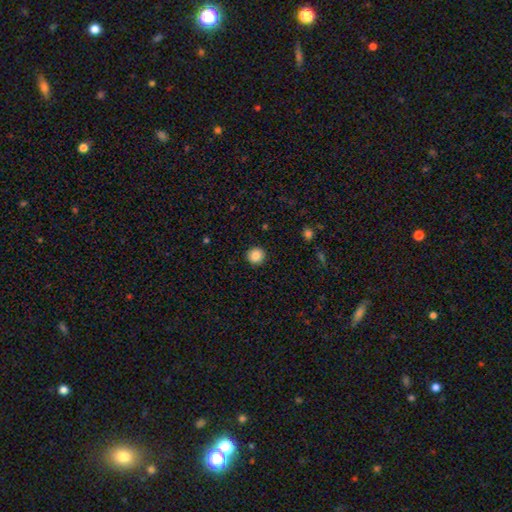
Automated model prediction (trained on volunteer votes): Smooth or featured?
  - smooth: 86% *
  - star or artifact: 9%
  - featured or disk: 4%
How rounded?
  - round: 94% *
  - in between: 5%
  - cigar-shaped: 1%
Merging?
  - none: 92% *
  - minor disturbance: 5%
  - major disturbance: 2%
  - merger: 1%